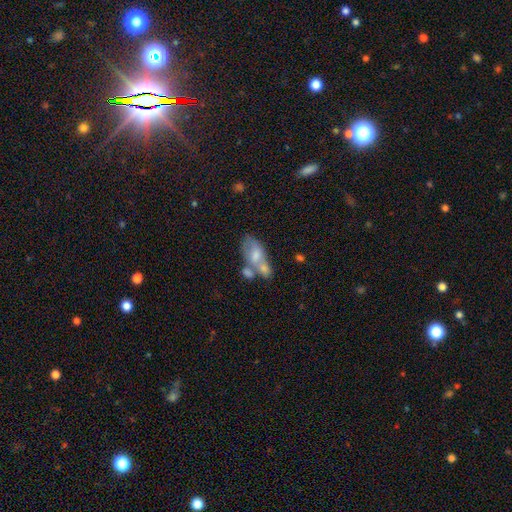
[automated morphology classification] Overall: smooth (58%; featured or disk 33%). How rounded: in between (88%). Merging: merger (56%; none 20%).